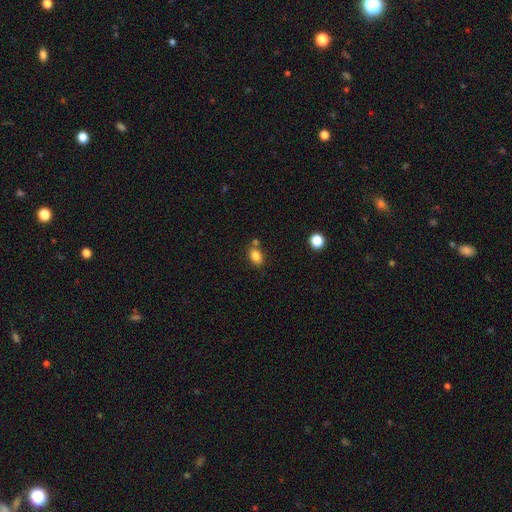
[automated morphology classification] smooth-or-featured: smooth: 84% | star or artifact: 10% | featured or disk: 7%
  how-rounded: in between: 79% | round: 19% | cigar-shaped: 1%
  merging: none: 66% | merger: 17% | minor disturbance: 13% | major disturbance: 4%